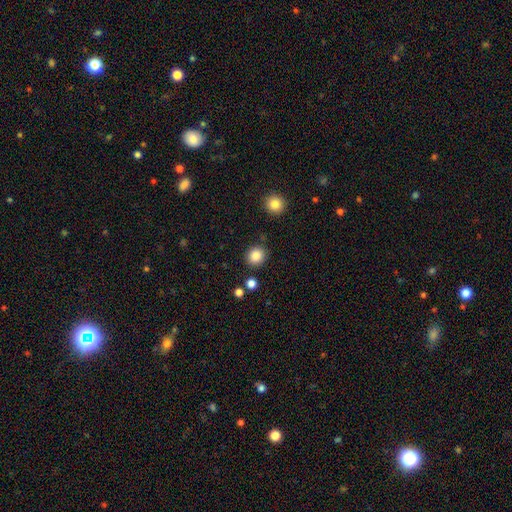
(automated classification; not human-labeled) Smooth or featured? Predicted: smooth (p=0.86). How rounded? Predicted: round (p=0.85). Merging? Predicted: none (p=0.87).